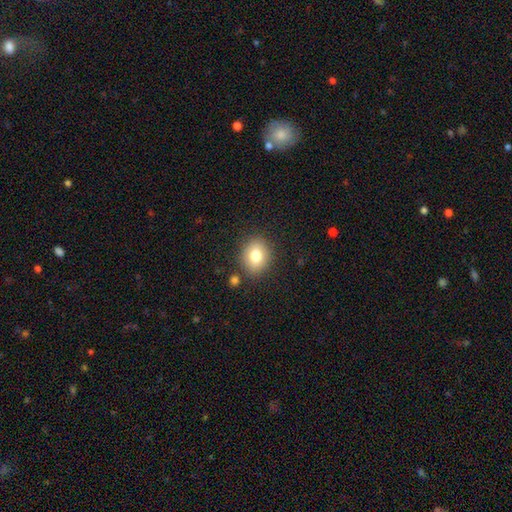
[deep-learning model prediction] Smooth or featured? Predicted: smooth (p=0.79). How rounded? Predicted: in between (p=0.50). Merging? Predicted: none (p=0.84).